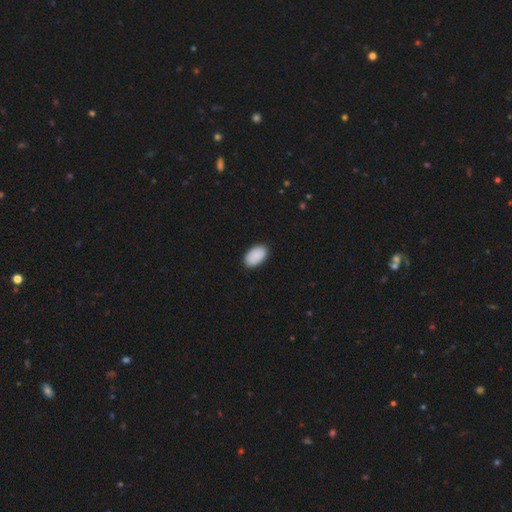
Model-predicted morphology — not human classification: Q: Smooth or featured?
A: smooth (90%); runner-up: star or artifact (6%)
Q: How rounded?
A: in between (95%); runner-up: round (4%)
Q: Merging?
A: none (88%); runner-up: minor disturbance (9%)